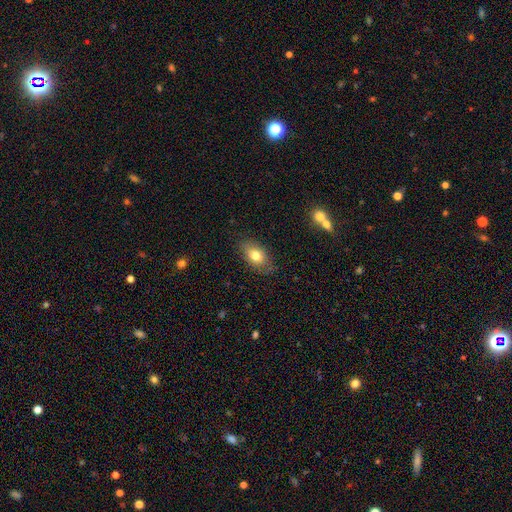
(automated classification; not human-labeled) Smooth or featured? smooth (75%)
How rounded? in between (88%)
Merging? none (78%)